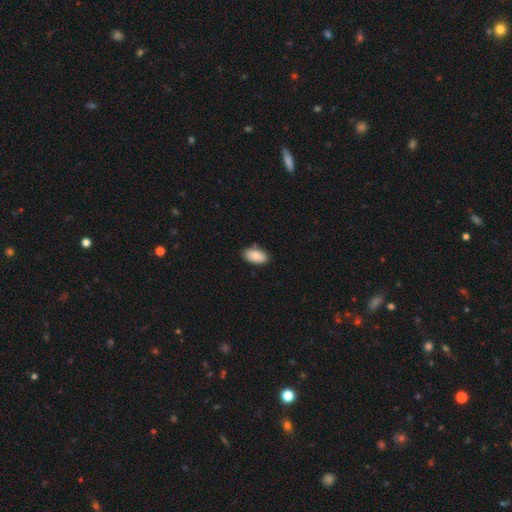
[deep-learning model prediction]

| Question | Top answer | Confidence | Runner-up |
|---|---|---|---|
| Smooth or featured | smooth | 86% | featured or disk (8%) |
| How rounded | in between | 95% | round (3%) |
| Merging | none | 83% | minor disturbance (13%) |